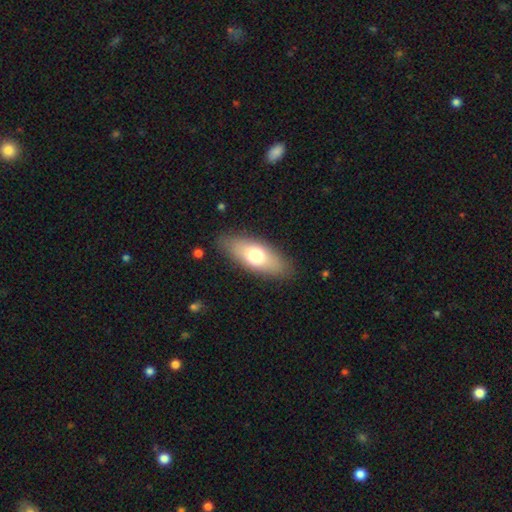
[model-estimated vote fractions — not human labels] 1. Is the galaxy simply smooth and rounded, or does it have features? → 67% smooth, 26% featured or disk, 7% star or artifact.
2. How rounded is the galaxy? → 77% in between, 20% cigar-shaped, 3% round.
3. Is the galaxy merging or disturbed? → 85% none, 11% minor disturbance, 3% major disturbance, 1% merger.